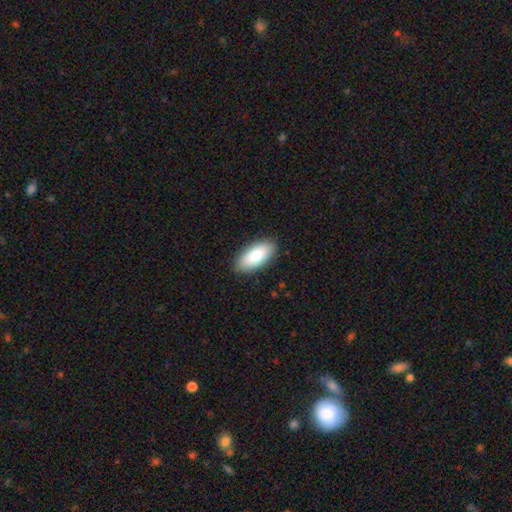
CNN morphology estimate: type=smooth (83%); roundness=in between (89%); merging=none (89%).